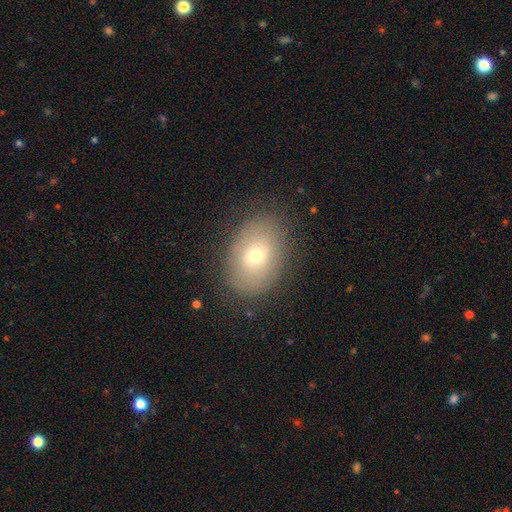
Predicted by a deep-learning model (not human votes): This is possibly a smooth galaxy (59%). How rounded: likely in between (78%). Merging: clearly none (83%).